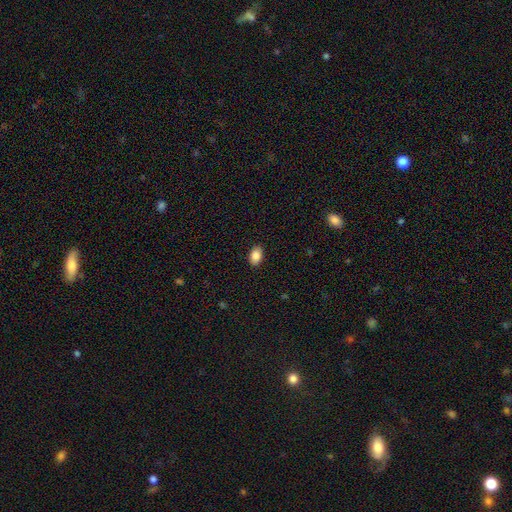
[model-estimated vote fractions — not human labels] smooth-or-featured: smooth: 87% | star or artifact: 8% | featured or disk: 5%
  how-rounded: in between: 89% | round: 9% | cigar-shaped: 1%
  merging: none: 89% | minor disturbance: 8% | major disturbance: 2% | merger: 1%